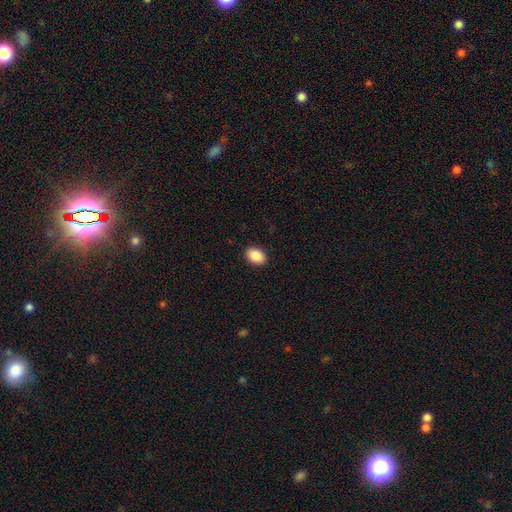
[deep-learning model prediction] Smooth or featured: smooth — 88% (star or artifact — 7%)
How rounded: in between — 78% (round — 21%)
Merging: none — 91% (minor disturbance — 7%)